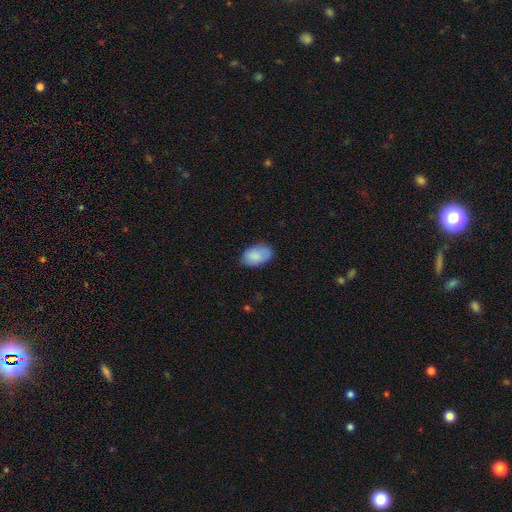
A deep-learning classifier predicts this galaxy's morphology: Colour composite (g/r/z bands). It shows a smooth galaxy with no disk features (87%) that is in between round and cigar-shaped (91%). Merging: none (76%).